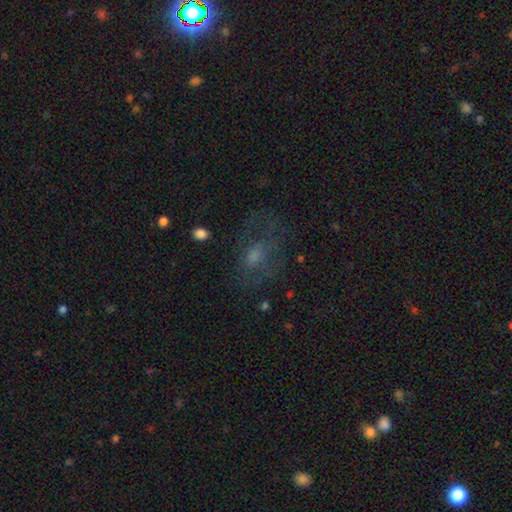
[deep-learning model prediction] Morphology: type=smooth (42%); merging=none (51%).